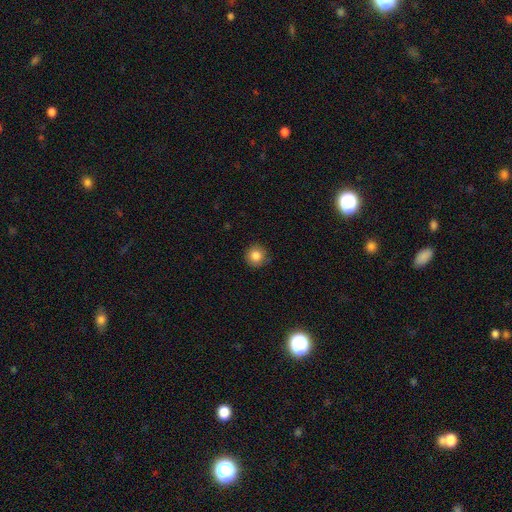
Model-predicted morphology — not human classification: Smooth or featured?
  - smooth: 84% *
  - star or artifact: 10%
  - featured or disk: 6%
How rounded?
  - round: 95% *
  - in between: 4%
  - cigar-shaped: 1%
Merging?
  - none: 88% *
  - minor disturbance: 9%
  - major disturbance: 2%
  - merger: 1%